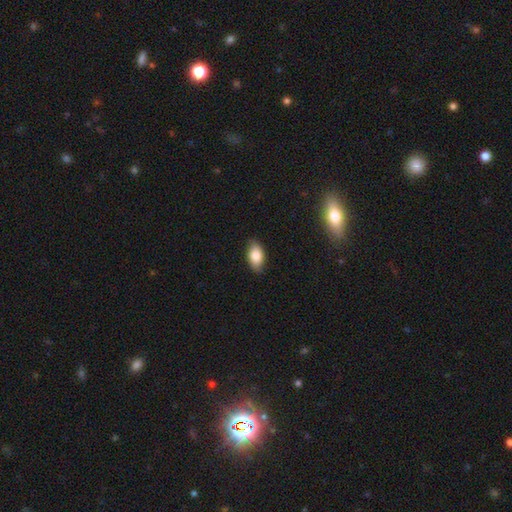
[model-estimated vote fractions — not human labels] The model was most divided on "merging": none: 84%, minor disturbance: 13%, major disturbance: 2%, merger: 1%. More confident: how rounded — in between (92%); smooth or featured — smooth (83%).